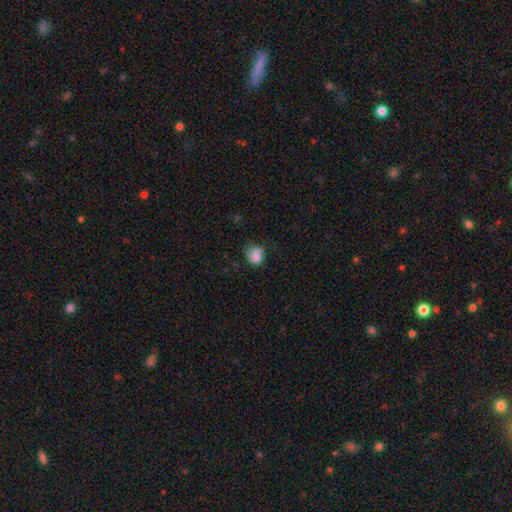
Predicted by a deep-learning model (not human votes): Smooth or featured: smooth — 83% (star or artifact — 10%)
How rounded: round — 66% (in between — 33%)
Merging: none — 56% (minor disturbance — 31%)